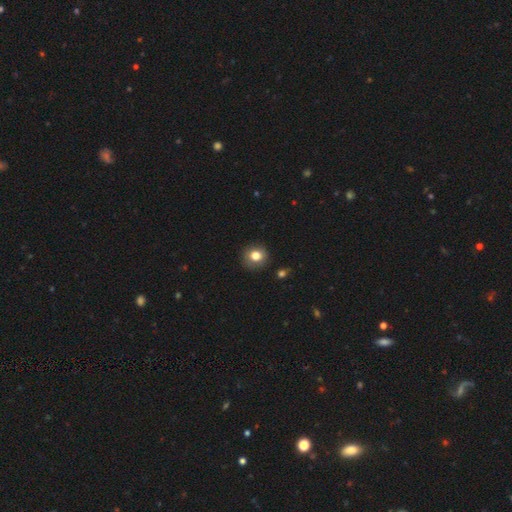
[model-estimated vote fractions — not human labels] Q: Smooth or featured?
A: smooth (79%); runner-up: featured or disk (10%)
Q: How rounded?
A: round (85%); runner-up: in between (14%)
Q: Merging?
A: none (86%); runner-up: minor disturbance (10%)